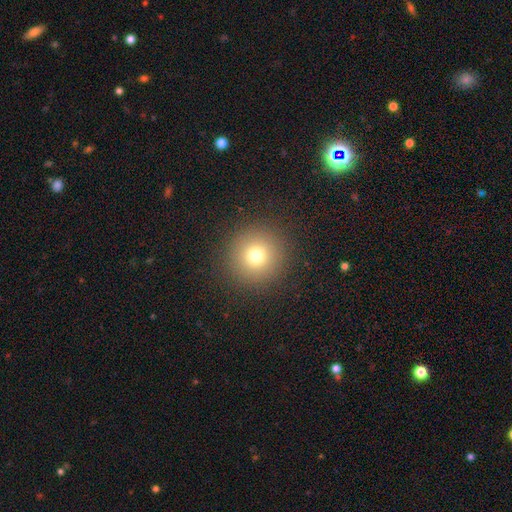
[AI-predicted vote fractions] Morphology: type=smooth (75%); roundness=round (95%); merging=none (91%).